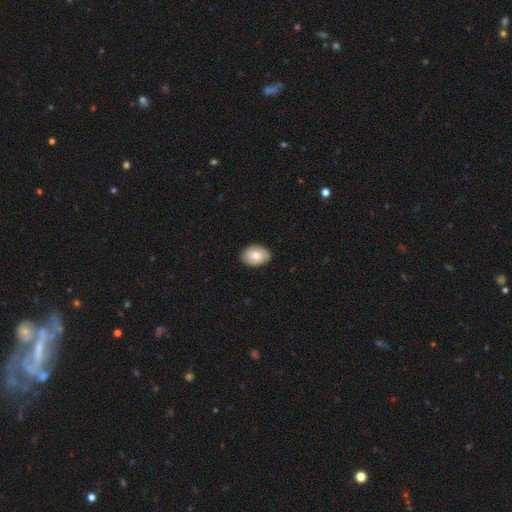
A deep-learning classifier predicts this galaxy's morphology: Smooth or featured?
  - smooth: 72% *
  - featured or disk: 21%
  - star or artifact: 7%
How rounded?
  - in between: 78% *
  - round: 21%
  - cigar-shaped: 1%
Merging?
  - none: 86% *
  - minor disturbance: 11%
  - major disturbance: 2%
  - merger: 1%